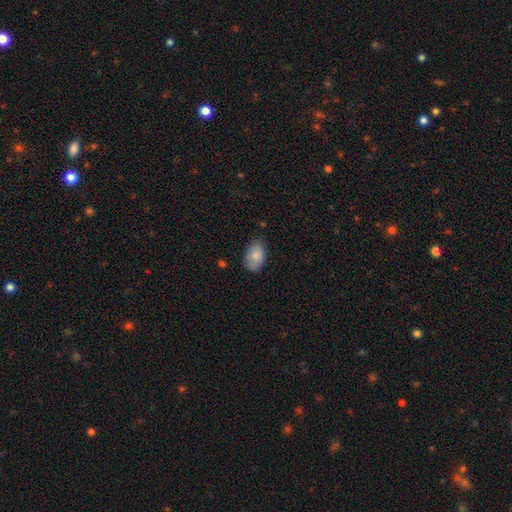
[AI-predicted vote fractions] Smooth or featured: smooth — 82% (featured or disk — 11%)
How rounded: in between — 90% (round — 9%)
Merging: none — 69% (minor disturbance — 25%)